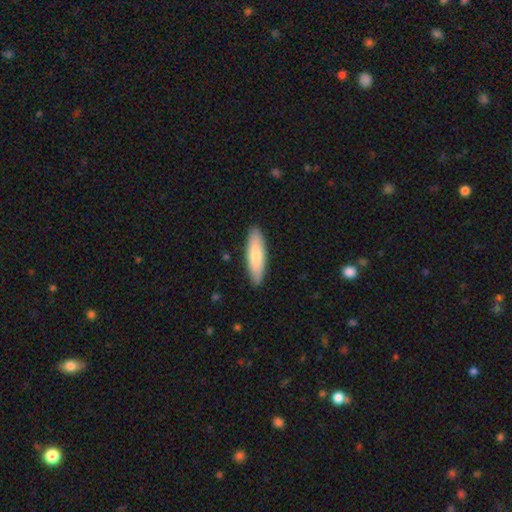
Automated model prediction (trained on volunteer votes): Smooth or featured? Predicted: smooth (p=0.77). How rounded? Predicted: cigar-shaped (p=0.54). Merging? Predicted: none (p=0.88).